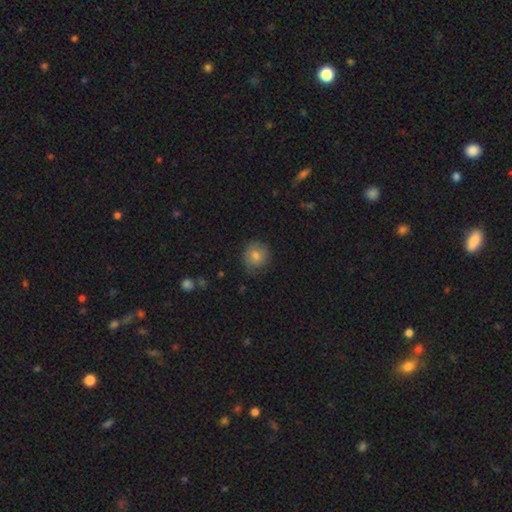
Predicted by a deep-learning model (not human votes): Smooth or featured: smooth — 76% (featured or disk — 13%)
How rounded: round — 87% (in between — 12%)
Merging: none — 78% (minor disturbance — 17%)